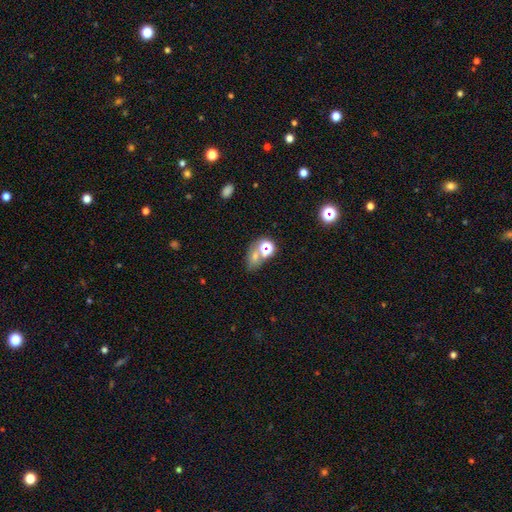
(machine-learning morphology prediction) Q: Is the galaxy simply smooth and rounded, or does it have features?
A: smooth — 45%.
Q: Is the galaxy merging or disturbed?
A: none — 56%.